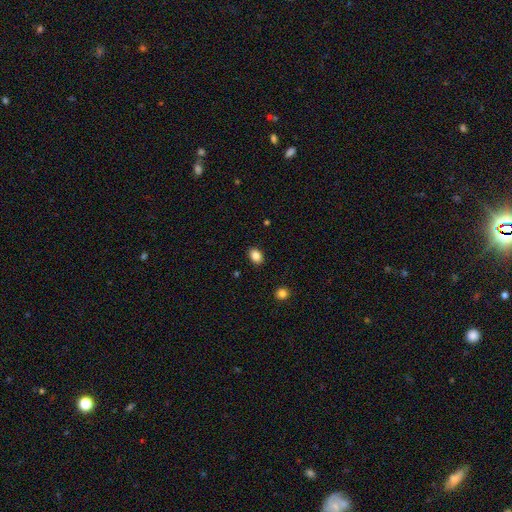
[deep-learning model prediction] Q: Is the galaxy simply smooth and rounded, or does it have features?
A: smooth — 86%.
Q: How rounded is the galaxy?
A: in between — 75%.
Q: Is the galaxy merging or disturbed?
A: none — 90%.